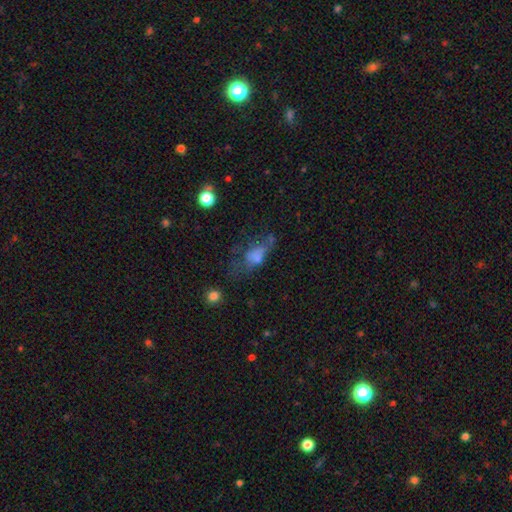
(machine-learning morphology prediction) A smooth galaxy with no disk features (56%) that is in between round and cigar-shaped (76%). Merging: major disturbance (39%).